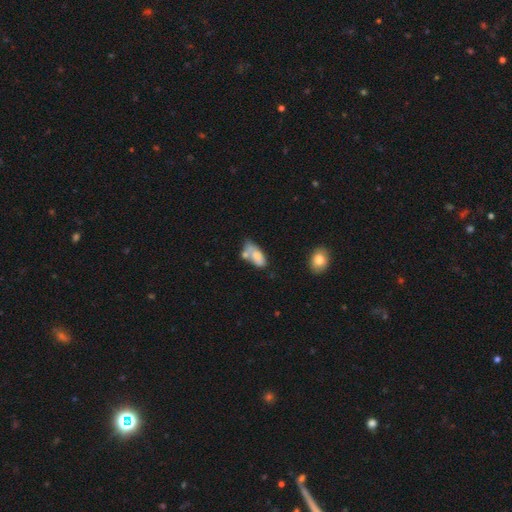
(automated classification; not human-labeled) Smooth or featured? Predicted: smooth (p=0.68). How rounded? Predicted: in between (p=0.89). Merging? Predicted: merger (p=0.37).